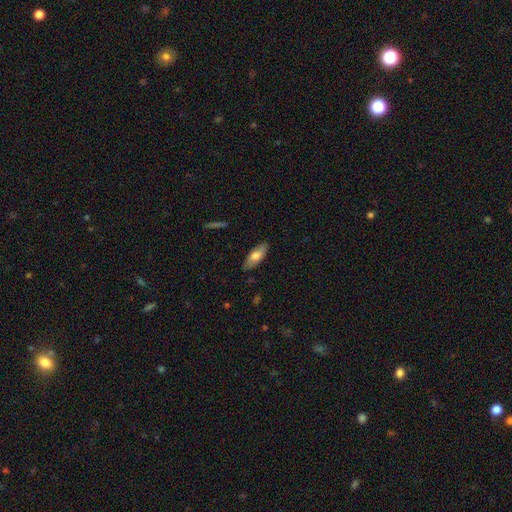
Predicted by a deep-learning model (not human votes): Smooth or featured? Predicted: smooth (p=0.68). How rounded? Predicted: in between (p=0.75). Merging? Predicted: none (p=0.84).